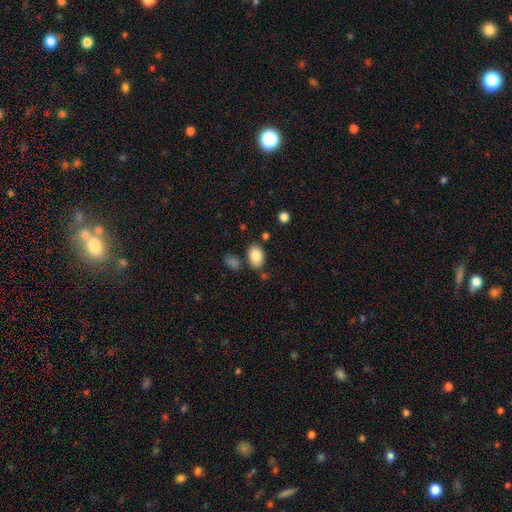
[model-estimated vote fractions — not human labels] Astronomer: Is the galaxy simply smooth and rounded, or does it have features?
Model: smooth — 86%.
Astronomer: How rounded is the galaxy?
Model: in between — 86%.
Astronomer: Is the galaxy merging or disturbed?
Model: none — 80%.